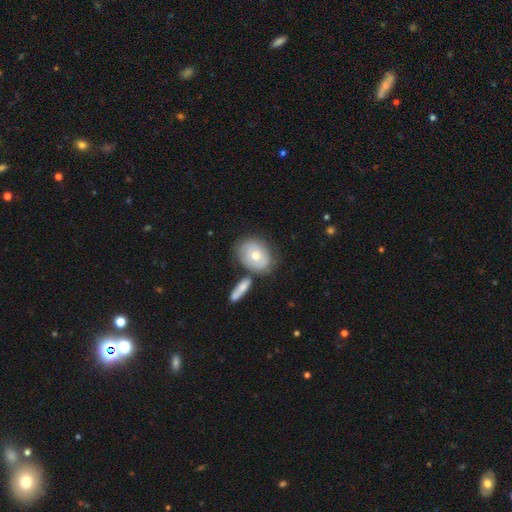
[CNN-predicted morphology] This appears to be a featured or disk galaxy (49%). Merging: none (59%).